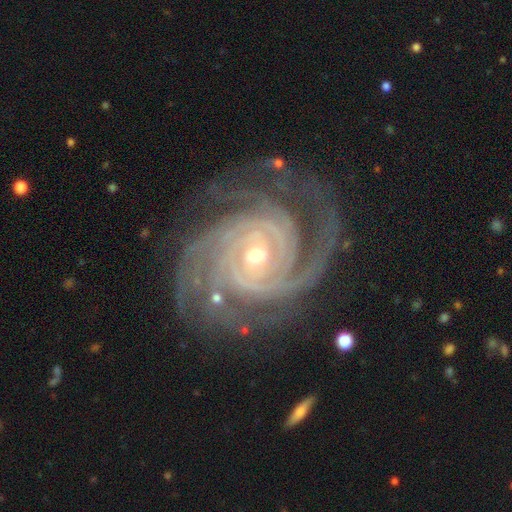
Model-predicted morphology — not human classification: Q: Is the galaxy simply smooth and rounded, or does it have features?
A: featured or disk — 94%.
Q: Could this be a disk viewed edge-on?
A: no — 98%.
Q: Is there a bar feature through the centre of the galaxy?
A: no — 54%.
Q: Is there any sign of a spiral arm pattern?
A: yes — 99%.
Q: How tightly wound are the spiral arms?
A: tight — 80%.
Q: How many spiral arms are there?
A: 3 — 28%.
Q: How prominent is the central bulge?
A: small — 49%.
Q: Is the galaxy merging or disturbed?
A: none — 73%.